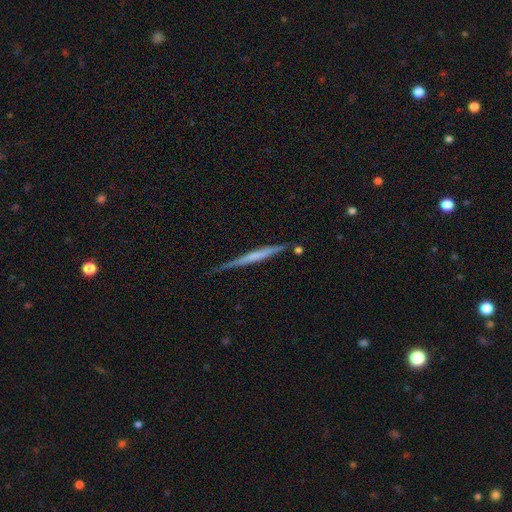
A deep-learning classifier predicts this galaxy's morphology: Q: Smooth or featured?
A: featured or disk (57%); runner-up: smooth (37%)
Q: Edge-on disk?
A: yes (97%); runner-up: no (3%)
Q: Edge-on bulge?
A: none (71%); runner-up: rounded (15%)
Q: Merging?
A: none (77%); runner-up: minor disturbance (17%)